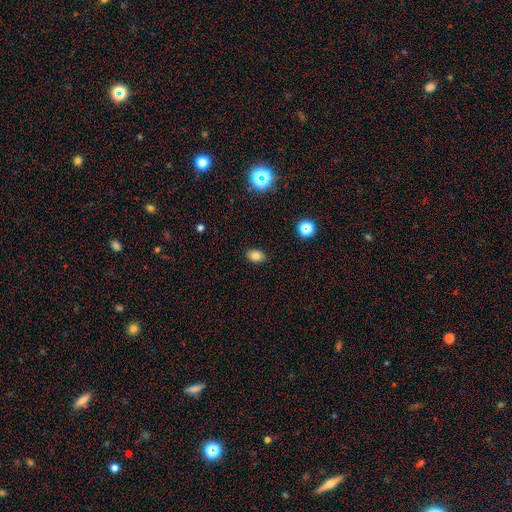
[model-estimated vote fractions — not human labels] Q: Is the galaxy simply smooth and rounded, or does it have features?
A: smooth — 80%.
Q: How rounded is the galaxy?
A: in between — 80%.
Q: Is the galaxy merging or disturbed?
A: none — 88%.